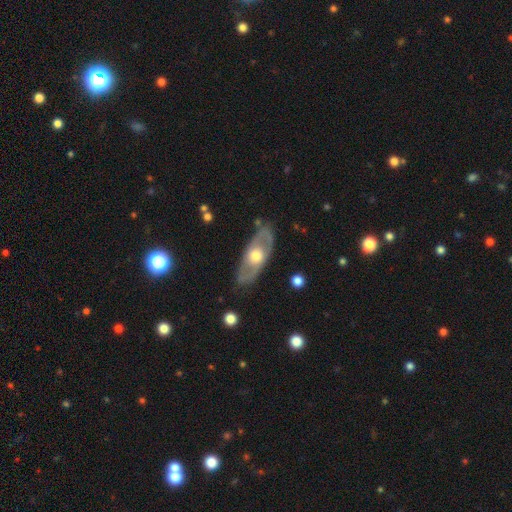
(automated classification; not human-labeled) Q: Smooth or featured?
A: featured or disk (60%); runner-up: smooth (36%)
Q: Edge-on disk?
A: no (73%); runner-up: yes (27%)
Q: Merging?
A: none (82%); runner-up: minor disturbance (13%)